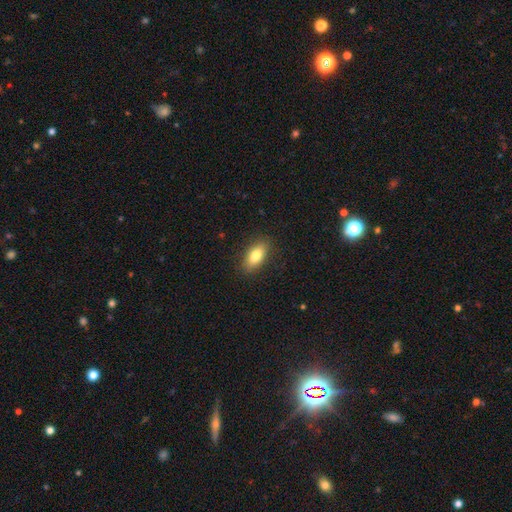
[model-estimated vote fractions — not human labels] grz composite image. It shows a smooth galaxy with no disk features (79%) that is in between round and cigar-shaped (86%). Merging: none (87%).